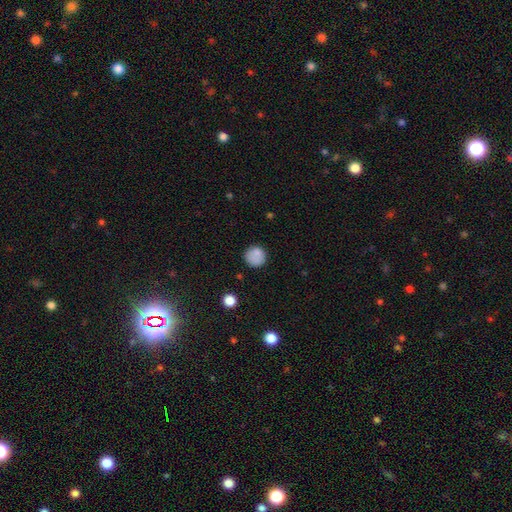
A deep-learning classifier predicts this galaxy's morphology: smooth-or-featured: smooth: 83% | star or artifact: 10% | featured or disk: 6%
  how-rounded: round: 93% | in between: 6% | cigar-shaped: 1%
  merging: none: 83% | minor disturbance: 11% | major disturbance: 3% | merger: 2%